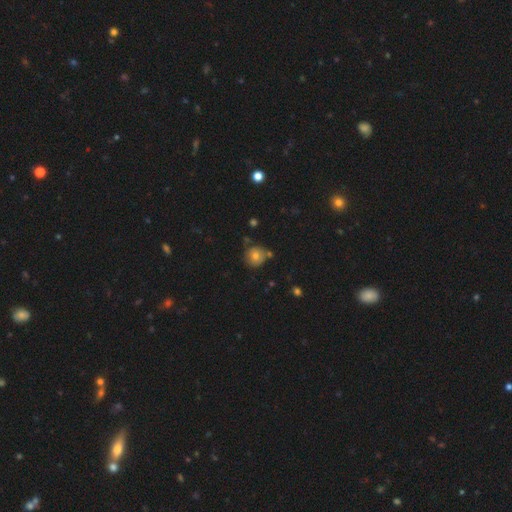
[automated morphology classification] Smooth or featured? smooth (72%)
How rounded? round (91%)
Merging? none (75%)